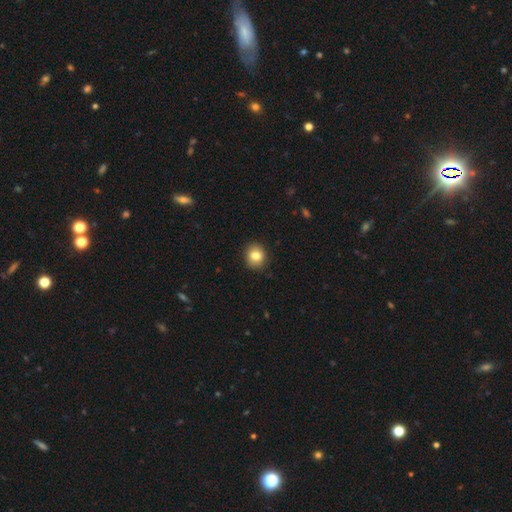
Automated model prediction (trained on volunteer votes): Smooth or featured? smooth (81%)
How rounded? round (79%)
Merging? none (89%)